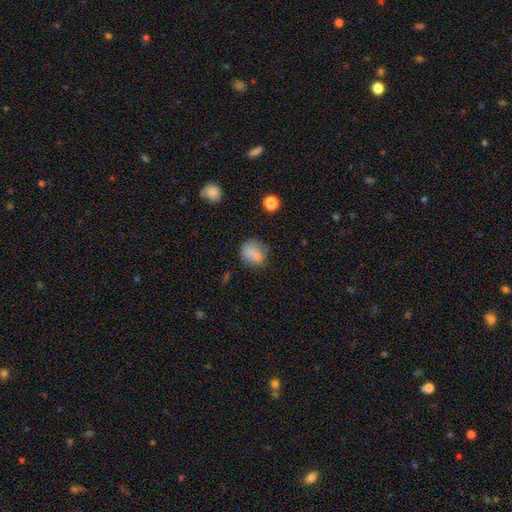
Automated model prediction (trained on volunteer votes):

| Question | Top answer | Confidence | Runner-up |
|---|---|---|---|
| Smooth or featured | smooth | 77% | star or artifact (12%) |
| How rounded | round | 71% | in between (28%) |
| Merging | none | 66% | minor disturbance (20%) |